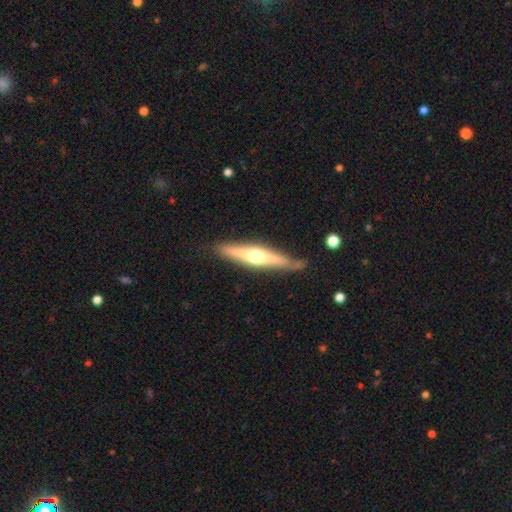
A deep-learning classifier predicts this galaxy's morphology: Smooth or featured? featured or disk (69%)
Edge-on disk? yes (97%)
Edge-on bulge? rounded (93%)
Merging? none (83%)